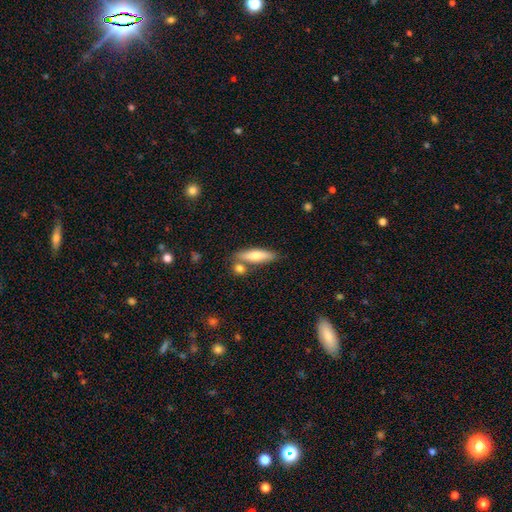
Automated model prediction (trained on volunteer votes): Smooth or featured?
  - smooth: 66% *
  - featured or disk: 28%
  - star or artifact: 6%
How rounded?
  - cigar-shaped: 64% *
  - in between: 34%
  - round: 3%
Merging?
  - none: 69% *
  - merger: 16%
  - minor disturbance: 12%
  - major disturbance: 3%